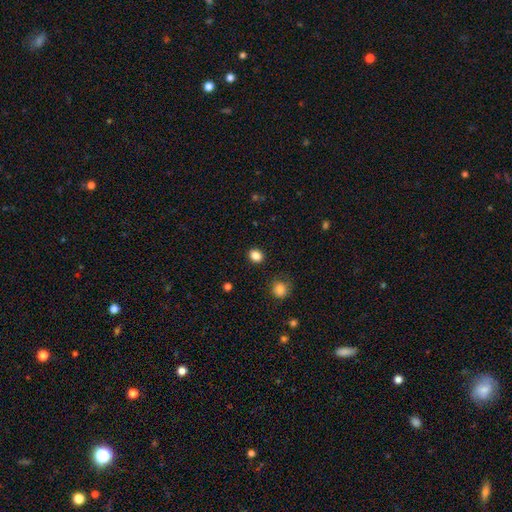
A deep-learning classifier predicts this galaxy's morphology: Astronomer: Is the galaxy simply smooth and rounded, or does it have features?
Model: smooth — 85%.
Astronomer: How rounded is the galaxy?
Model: round — 55% (runner-up: in between, 44%).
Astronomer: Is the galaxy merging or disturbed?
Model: none — 88%.